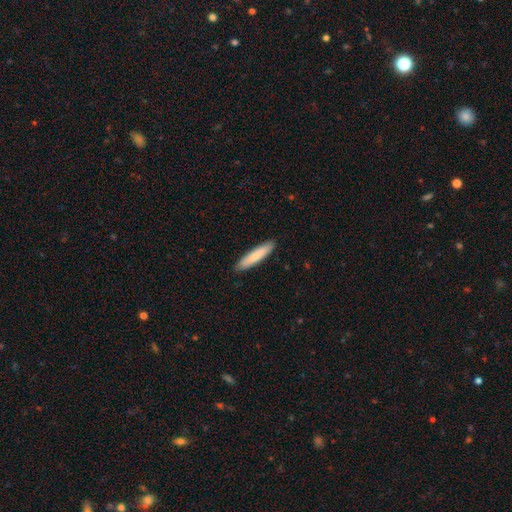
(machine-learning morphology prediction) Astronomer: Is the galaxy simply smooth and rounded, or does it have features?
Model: smooth — 82%.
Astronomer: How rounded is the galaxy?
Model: cigar-shaped — 88%.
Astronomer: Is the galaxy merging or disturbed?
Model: none — 91%.